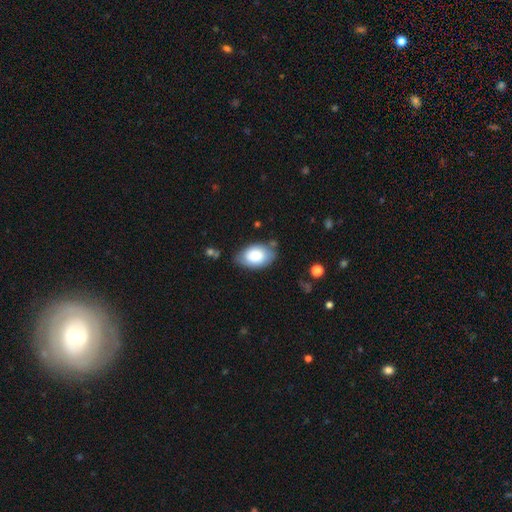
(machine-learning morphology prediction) Overall: smooth (79%). How rounded: in between (90%). Merging: none (64%; minor disturbance 26%).